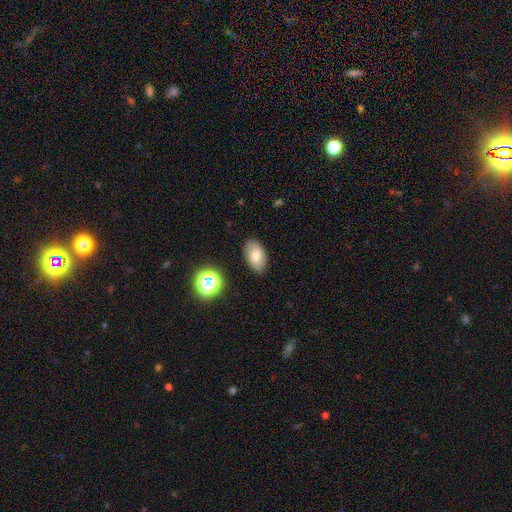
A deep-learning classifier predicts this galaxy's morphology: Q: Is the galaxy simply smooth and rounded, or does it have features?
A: smooth — 74%.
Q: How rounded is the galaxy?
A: in between — 92%.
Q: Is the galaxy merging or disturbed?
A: none — 83%.